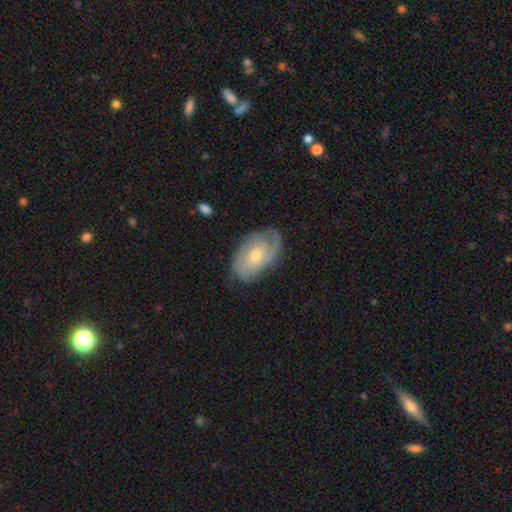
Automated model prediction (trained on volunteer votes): smooth_or_featured: featured or disk (p=0.77) [alt: smooth p=0.18]
disk_edge_on: no (p=0.95) [alt: yes p=0.05]
bar: no (p=0.68) [alt: weak p=0.27]
has_spiral_arms: yes (p=0.91) [alt: no p=0.09]
spiral_winding: tight (p=0.59) [alt: medium p=0.31]
spiral_arm_count: 2 (p=0.38) [alt: can't tell p=0.31]
bulge_size: small (p=0.56) [alt: moderate p=0.40]
merging: none (p=0.69) [alt: minor disturbance p=0.21]